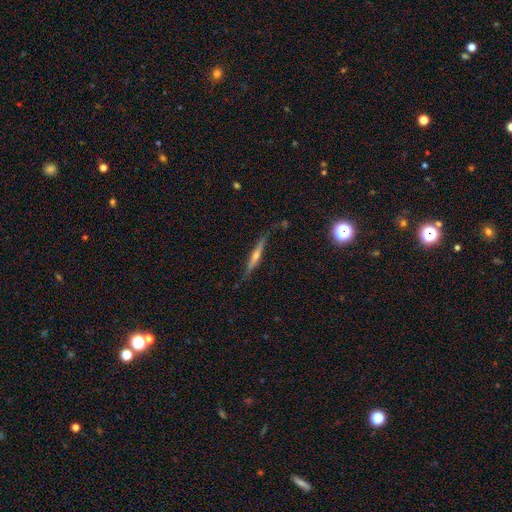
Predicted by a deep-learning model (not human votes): A featured or disk galaxy (74%) viewed edge-on (97%) with a rounded central bulge (83%). Merging: none (85%).